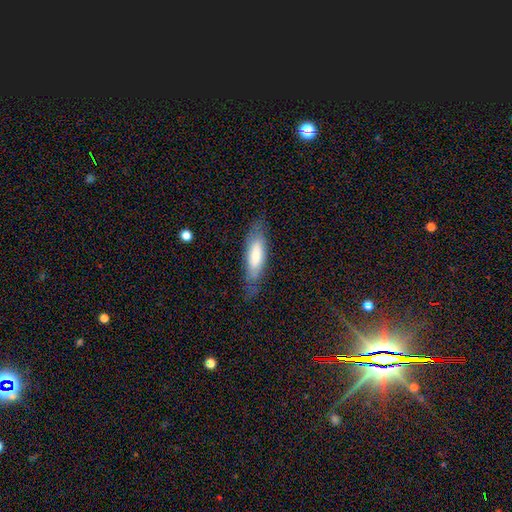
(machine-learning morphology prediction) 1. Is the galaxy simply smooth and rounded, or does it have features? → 66% smooth, 28% featured or disk, 6% star or artifact.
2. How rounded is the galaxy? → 50% cigar-shaped, 48% in between, 2% round.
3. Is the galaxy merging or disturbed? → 74% none, 19% minor disturbance, 6% major disturbance, 1% merger.